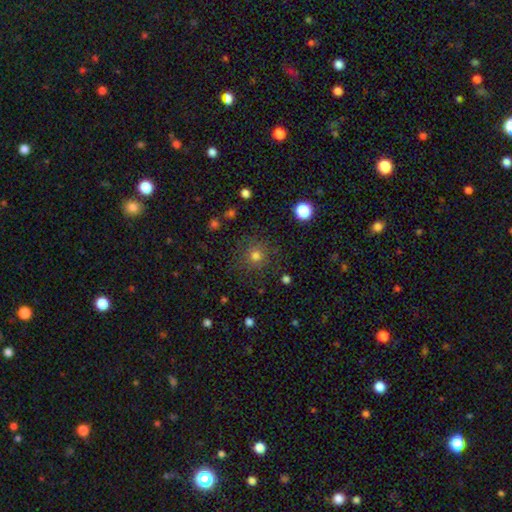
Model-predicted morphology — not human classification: type=smooth (75%); roundness=round (93%); merging=none (82%).